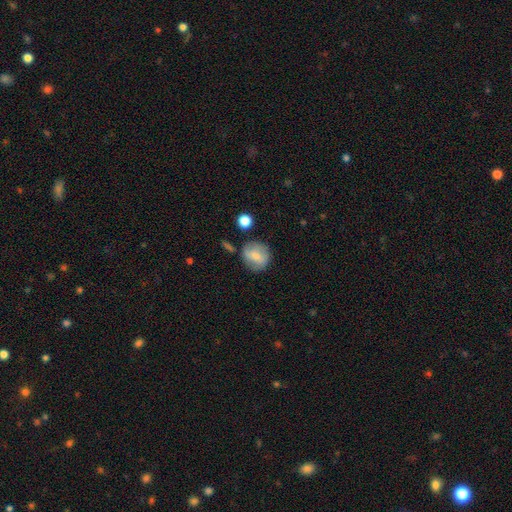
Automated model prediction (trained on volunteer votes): This appears to be a smooth galaxy with no disk features (67%) that is round (82%). Merging: none (69%).